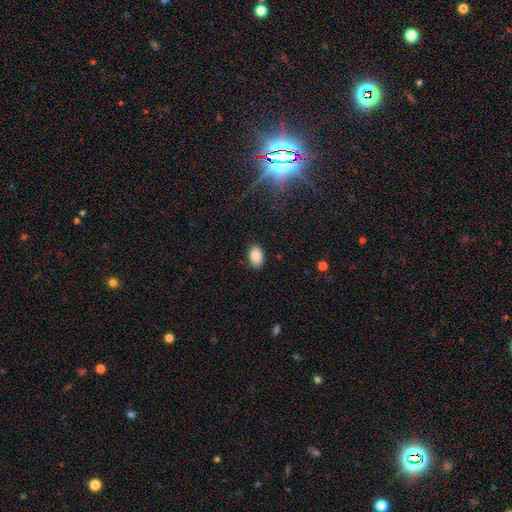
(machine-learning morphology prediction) type=smooth (87%); roundness=in between (87%); merging=none (86%).